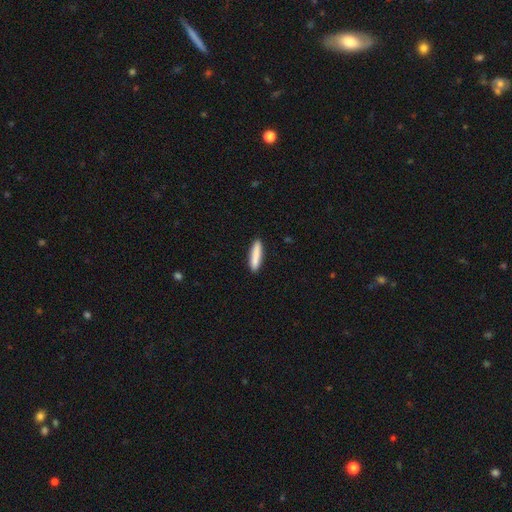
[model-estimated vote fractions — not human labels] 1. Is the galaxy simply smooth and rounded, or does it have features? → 86% smooth, 8% featured or disk, 6% star or artifact.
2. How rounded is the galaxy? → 84% cigar-shaped, 15% in between, 1% round.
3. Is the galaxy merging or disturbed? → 91% none, 6% minor disturbance, 1% major disturbance, 1% merger.